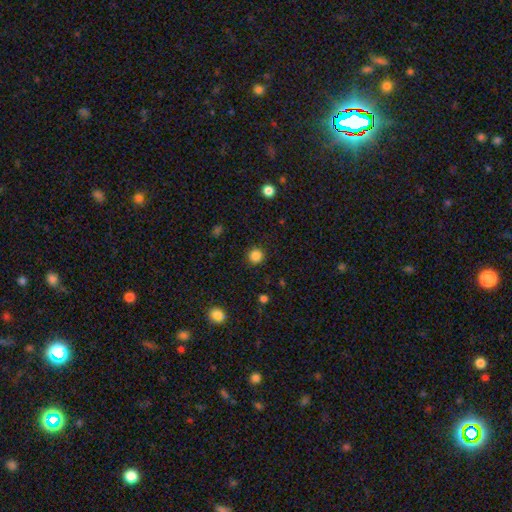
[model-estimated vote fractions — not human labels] A smooth galaxy with no disk features (85%) that is round (94%). Merging: none (91%).